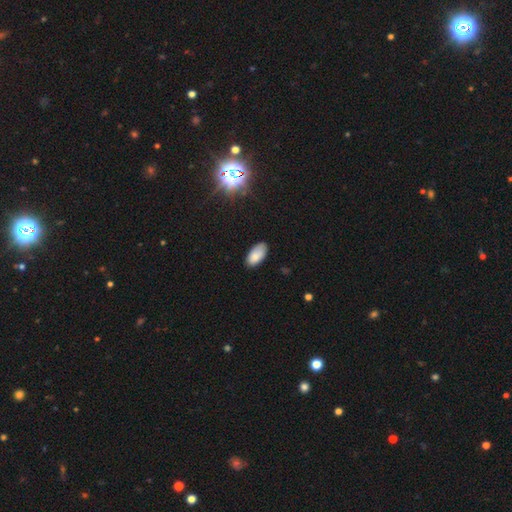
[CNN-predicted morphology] type=smooth (83%); roundness=in between (95%); merging=none (73%).